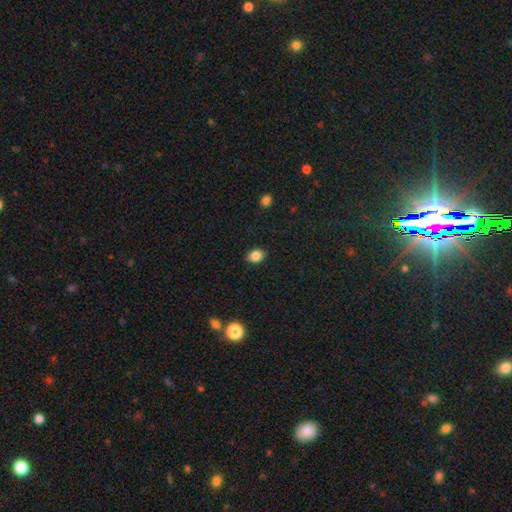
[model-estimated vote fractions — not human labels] smooth_or_featured: smooth (p=0.86) [alt: star or artifact p=0.10]
how_rounded: in between (p=0.58) [alt: round p=0.41]
merging: none (p=0.89) [alt: minor disturbance p=0.08]